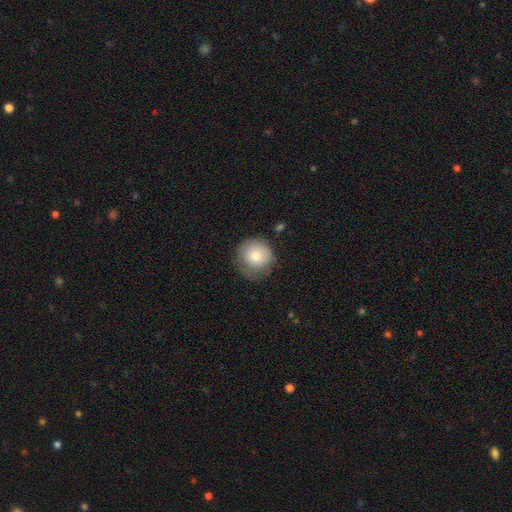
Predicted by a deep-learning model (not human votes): This appears to be a smooth galaxy with no disk features (76%) that is round (92%). Merging: none (63%).